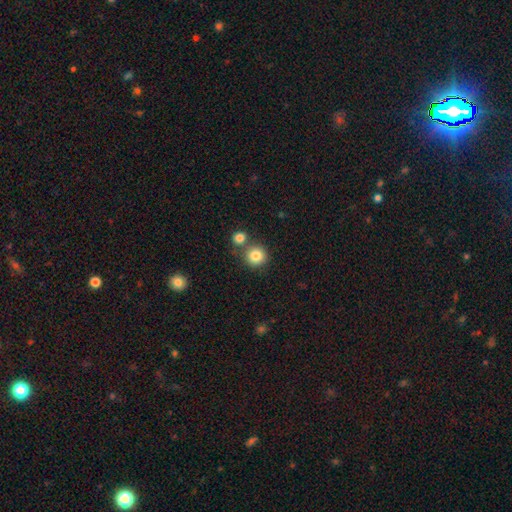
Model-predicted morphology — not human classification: Smooth or featured: smooth — 82% (star or artifact — 11%)
How rounded: round — 91% (in between — 8%)
Merging: none — 70% (merger — 20%)